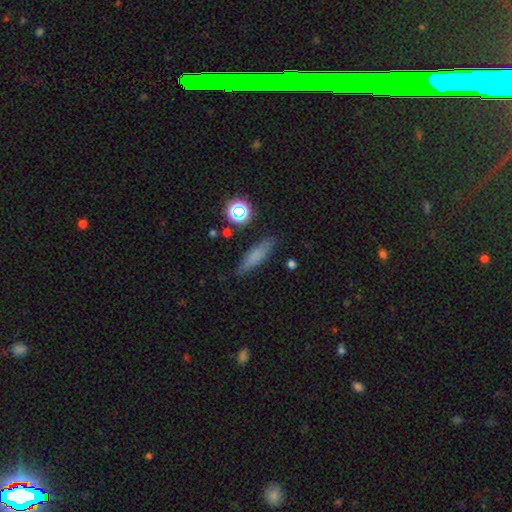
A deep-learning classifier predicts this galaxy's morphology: A smooth galaxy with no disk features (73%) that is cigar-shaped (69%).

Vote fractions:
- Smooth or featured? smooth: 73% / featured or disk: 16% / star or artifact: 11%
- How rounded? cigar-shaped: 69% / in between: 27% / round: 4%
- Merging? none: 83% / minor disturbance: 12% / major disturbance: 3% / merger: 2%